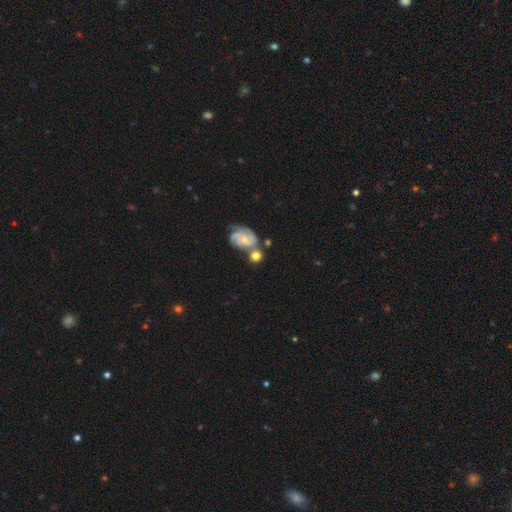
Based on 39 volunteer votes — smooth_or_featured: smooth (p=0.59) [alt: featured or disk p=0.38]
how_rounded: round (p=0.91) [alt: in between p=0.09]
merging: none (p=0.47) [alt: merger p=0.34]